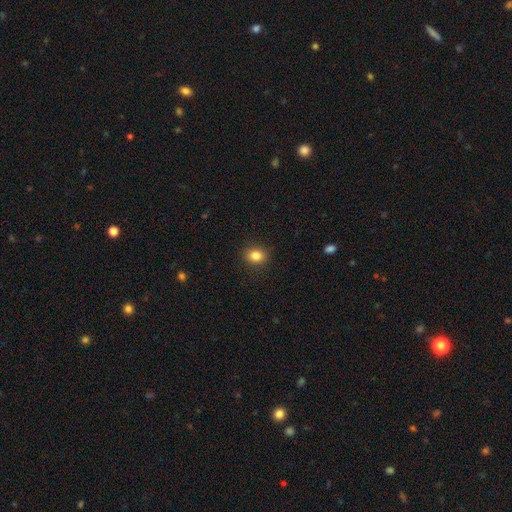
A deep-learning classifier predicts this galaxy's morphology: Smooth or featured? smooth (85%)
How rounded? round (57%)
Merging? none (89%)